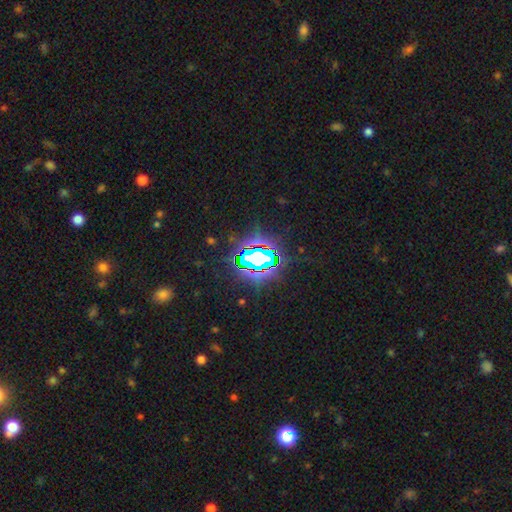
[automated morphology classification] Overall: star or artifact (79%).